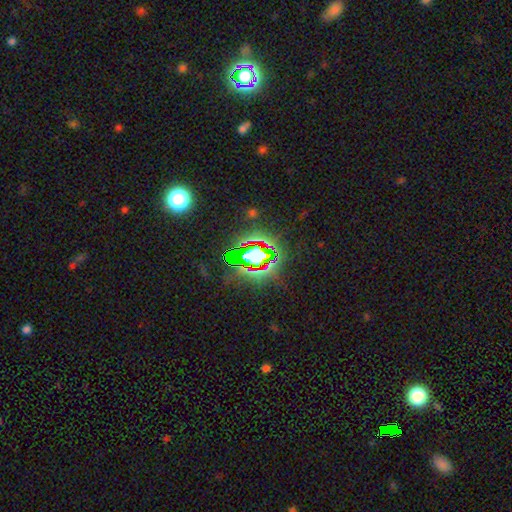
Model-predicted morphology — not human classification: smooth-or-featured: star or artifact: 71% | featured or disk: 15% | smooth: 14%